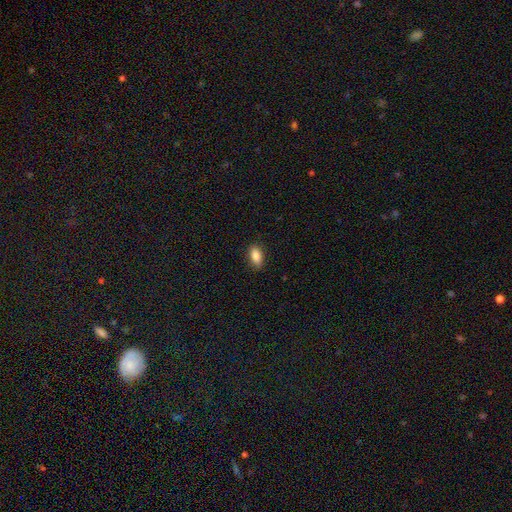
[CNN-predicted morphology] A smooth galaxy with no disk features (87%) that is in between round and cigar-shaped (90%).

Vote fractions:
- Smooth or featured? smooth: 87% / star or artifact: 8% / featured or disk: 6%
- How rounded? in between: 90% / cigar-shaped: 6% / round: 5%
- Merging? none: 85% / minor disturbance: 11% / major disturbance: 2% / merger: 1%